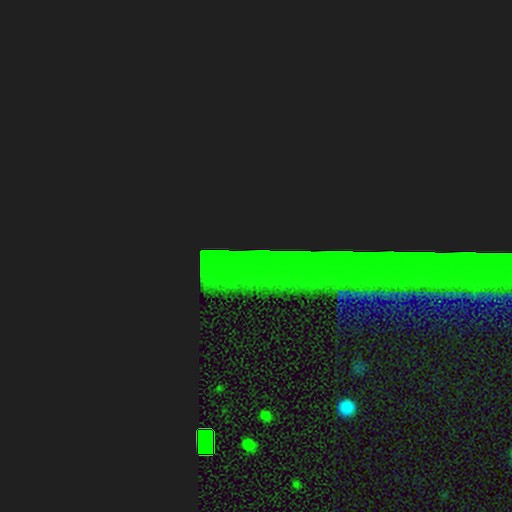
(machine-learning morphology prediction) The model was most divided on "smooth or featured": star or artifact: 83%, featured or disk: 9%, smooth: 8%.